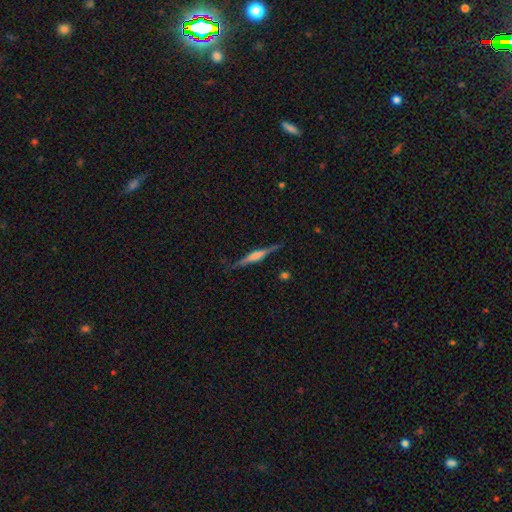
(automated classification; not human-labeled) Q: Smooth or featured?
A: featured or disk (74%); runner-up: smooth (20%)
Q: Edge-on disk?
A: yes (98%); runner-up: no (2%)
Q: Edge-on bulge?
A: rounded (57%); runner-up: boxy (33%)
Q: Merging?
A: none (87%); runner-up: minor disturbance (10%)